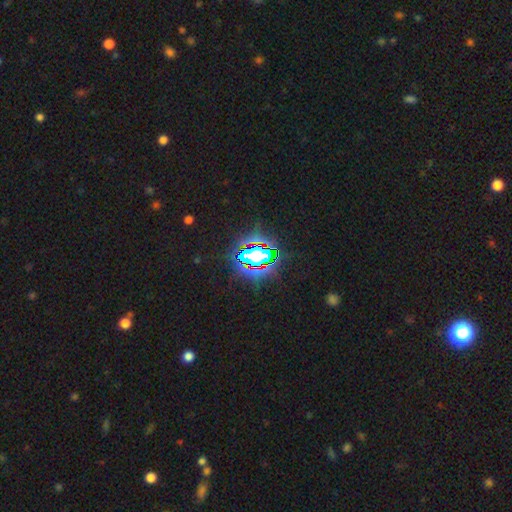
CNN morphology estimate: Q: Smooth or featured?
A: star or artifact (74%); runner-up: smooth (14%)